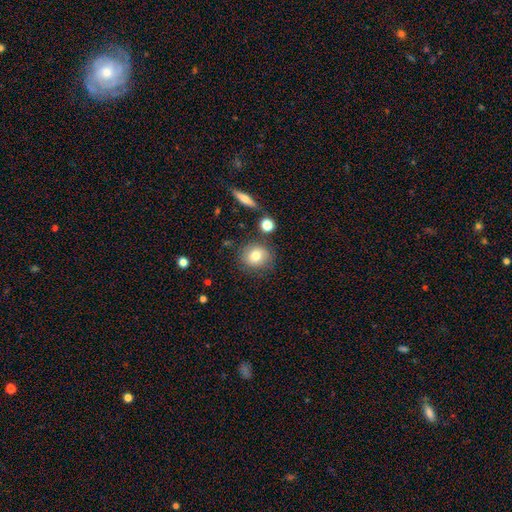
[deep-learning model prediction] This appears to be a smooth galaxy with no disk features (77%) that is round (80%). Merging: none (78%).